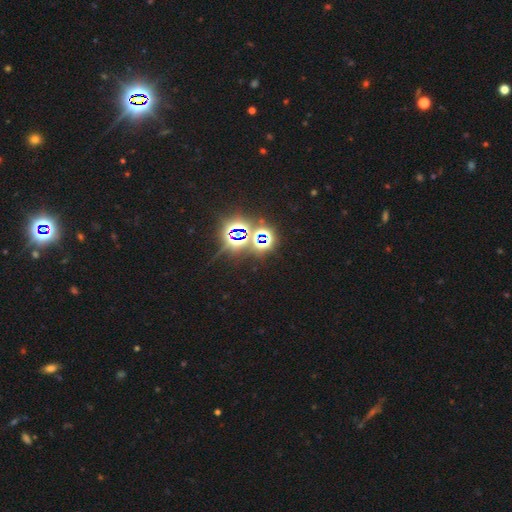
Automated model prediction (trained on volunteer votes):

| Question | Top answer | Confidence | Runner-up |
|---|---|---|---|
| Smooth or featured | star or artifact | 71% | smooth (20%) |